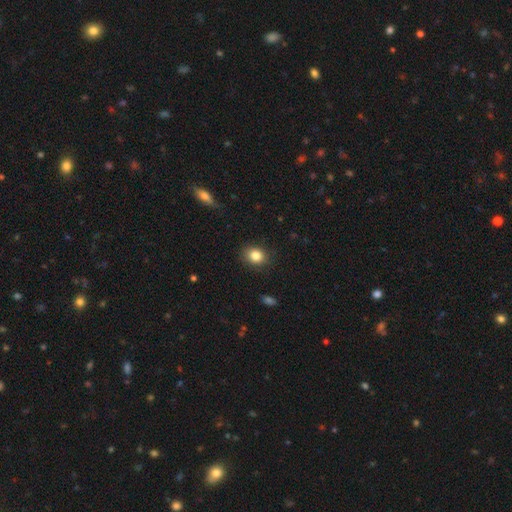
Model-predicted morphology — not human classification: smooth-or-featured: smooth: 84% | star or artifact: 10% | featured or disk: 6%
  how-rounded: round: 52% | in between: 47% | cigar-shaped: 1%
  merging: none: 87% | minor disturbance: 10% | major disturbance: 2% | merger: 1%